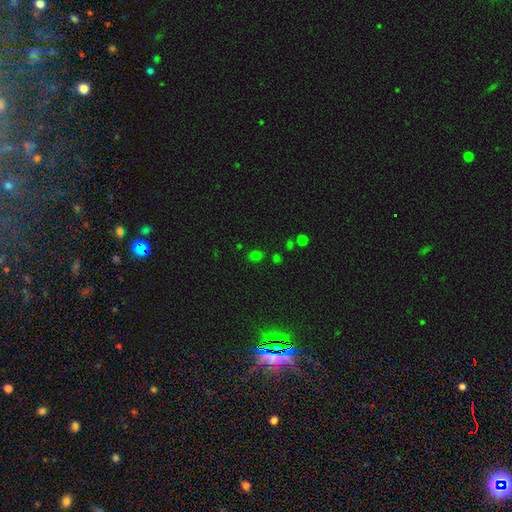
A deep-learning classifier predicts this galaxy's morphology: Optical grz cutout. It shows a smooth galaxy with no disk features (67%) that is round (64%). Merging: none (82%).